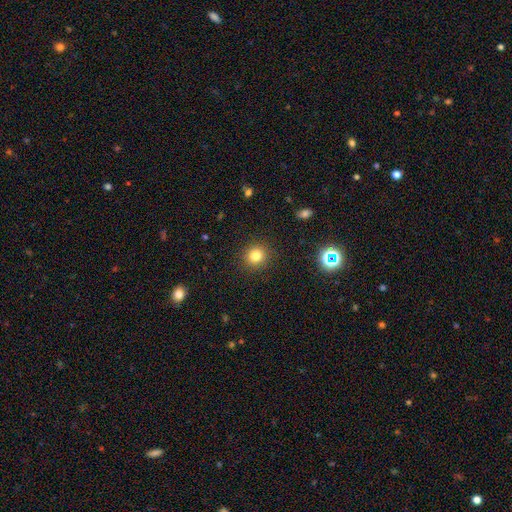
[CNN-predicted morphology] Smooth or featured?
  - smooth: 80% *
  - star or artifact: 13%
  - featured or disk: 6%
How rounded?
  - round: 90% *
  - in between: 9%
  - cigar-shaped: 1%
Merging?
  - none: 91% *
  - minor disturbance: 6%
  - major disturbance: 2%
  - merger: 1%